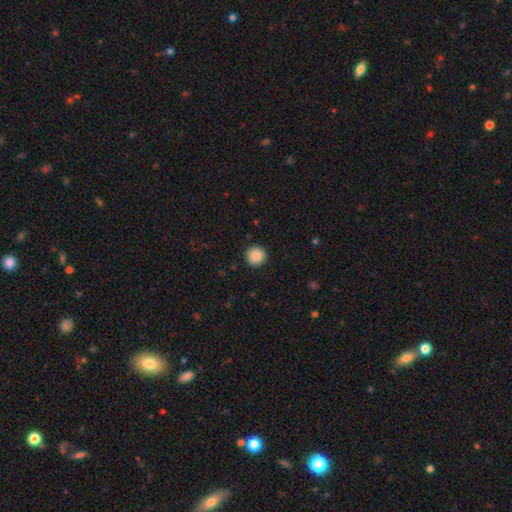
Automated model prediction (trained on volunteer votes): Smooth or featured? smooth (89%)
How rounded? round (96%)
Merging? none (93%)